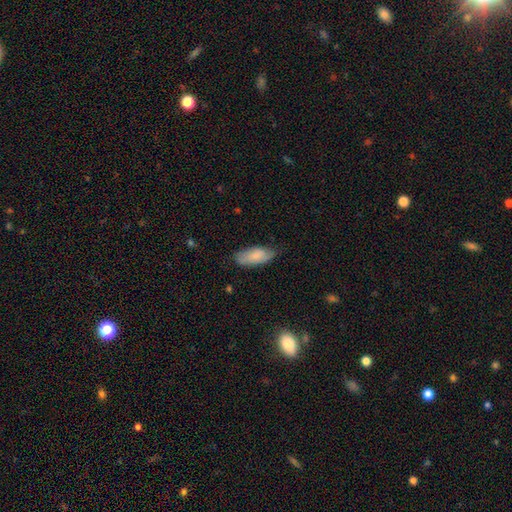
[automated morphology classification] This is likely a smooth galaxy (78%). How rounded: clearly in between (83%). Merging: likely none (68%).